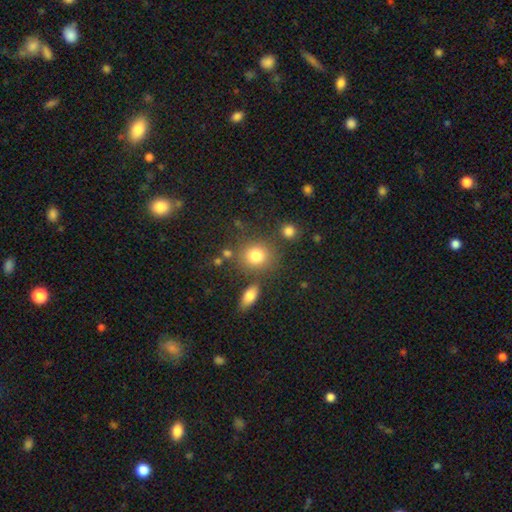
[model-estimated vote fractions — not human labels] This is likely a smooth galaxy (80%). How rounded: likely round (79%). Merging: likely none (74%).